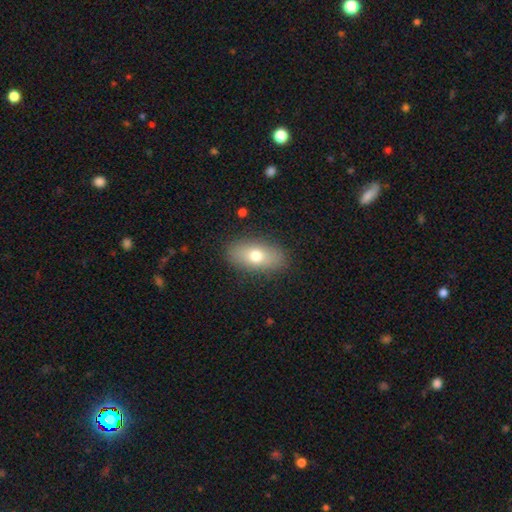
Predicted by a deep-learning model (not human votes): smooth-or-featured: smooth: 73% | featured or disk: 20% | star or artifact: 8%
  how-rounded: in between: 87% | round: 7% | cigar-shaped: 6%
  merging: none: 87% | minor disturbance: 9% | major disturbance: 3% | merger: 1%